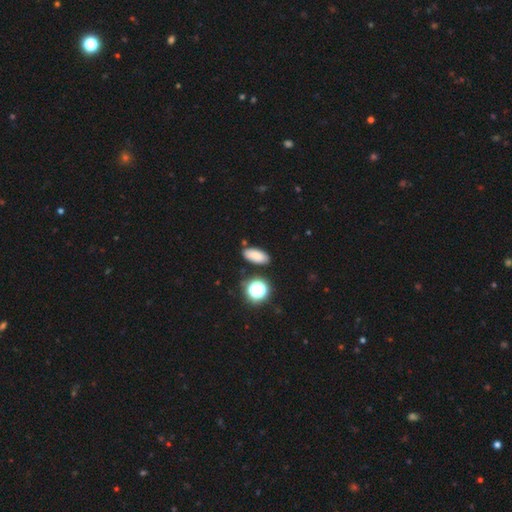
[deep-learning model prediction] smooth_or_featured: smooth (p=0.81) [alt: star or artifact p=0.12]
how_rounded: in between (p=0.86) [alt: cigar-shaped p=0.07]
merging: none (p=0.83) [alt: minor disturbance p=0.10]